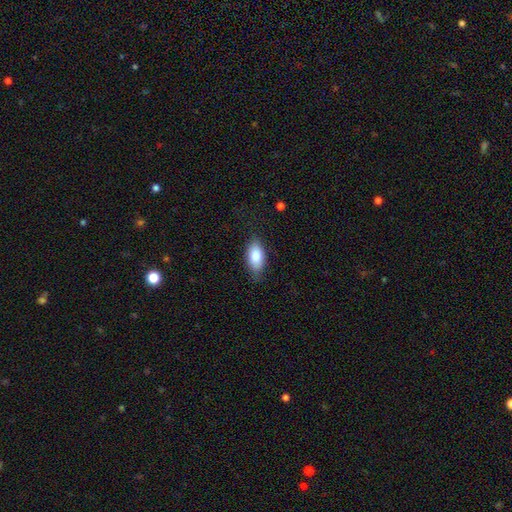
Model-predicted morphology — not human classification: This is clearly a smooth galaxy (81%). How rounded: clearly in between (91%). Merging: clearly none (80%).